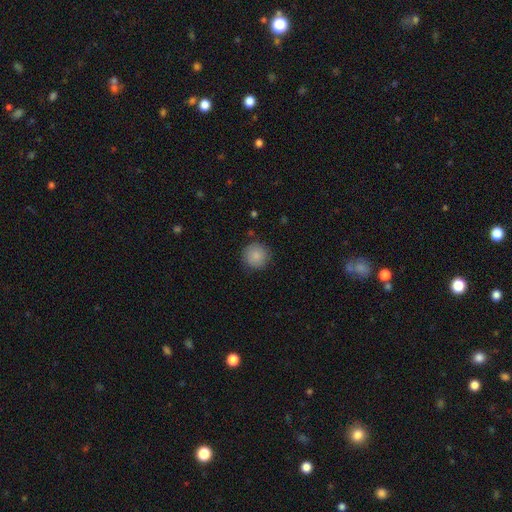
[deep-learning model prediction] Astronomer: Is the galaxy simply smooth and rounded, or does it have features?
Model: smooth — 86%.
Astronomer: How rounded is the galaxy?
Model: round — 94%.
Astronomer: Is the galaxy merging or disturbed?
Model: none — 86%.